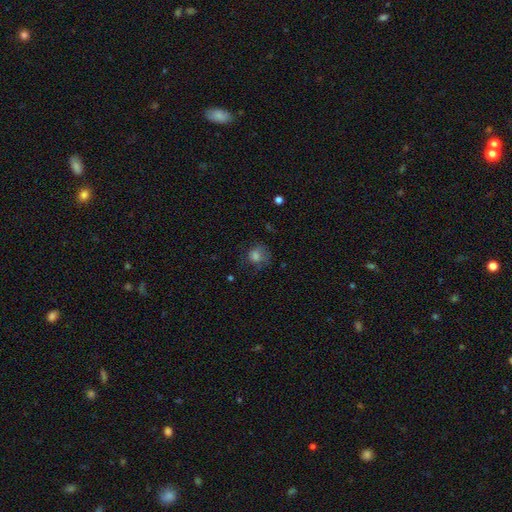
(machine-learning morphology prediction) Smooth or featured: smooth — 70% (featured or disk — 17%)
How rounded: round — 74% (in between — 25%)
Merging: none — 52% (minor disturbance — 24%)